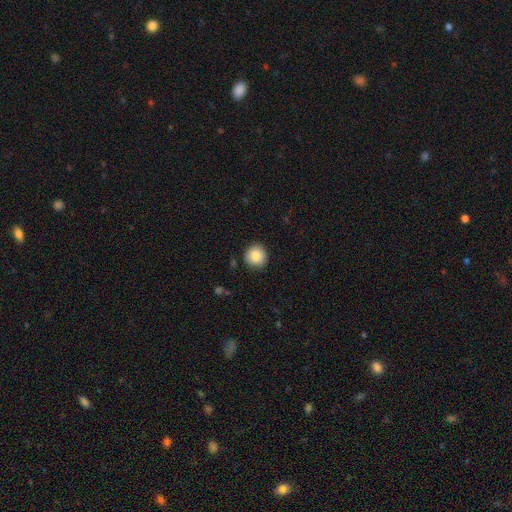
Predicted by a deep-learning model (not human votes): smooth_or_featured: smooth (p=0.86) [alt: star or artifact p=0.08]
how_rounded: round (p=0.93) [alt: in between p=0.06]
merging: none (p=0.89) [alt: minor disturbance p=0.08]